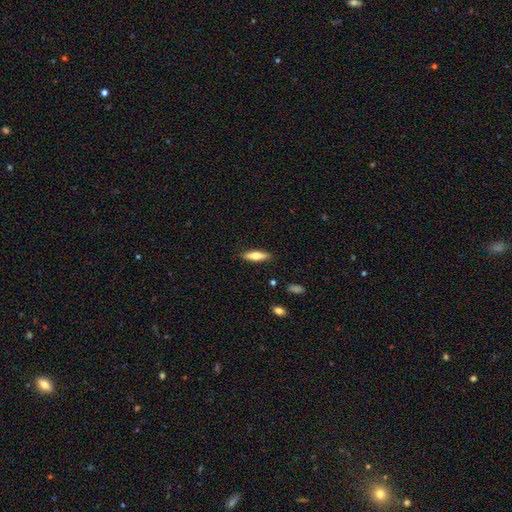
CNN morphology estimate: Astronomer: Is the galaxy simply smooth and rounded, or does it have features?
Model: smooth — 61%.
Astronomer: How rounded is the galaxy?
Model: cigar-shaped — 58% (runner-up: in between, 40%).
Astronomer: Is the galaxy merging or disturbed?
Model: none — 88%.